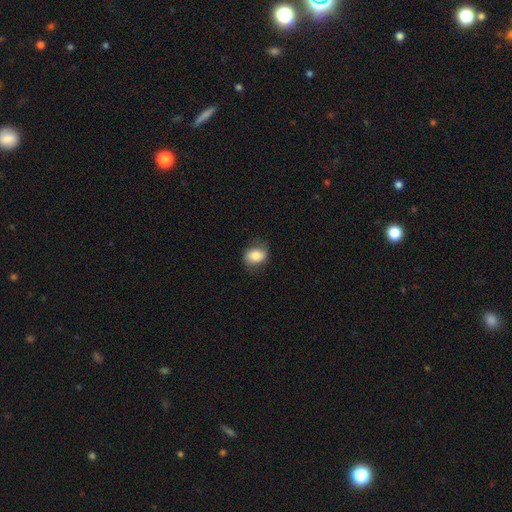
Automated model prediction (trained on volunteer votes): smooth_or_featured: smooth (p=0.79) [alt: featured or disk p=0.14]
how_rounded: in between (p=0.60) [alt: round p=0.39]
merging: none (p=0.76) [alt: minor disturbance p=0.18]